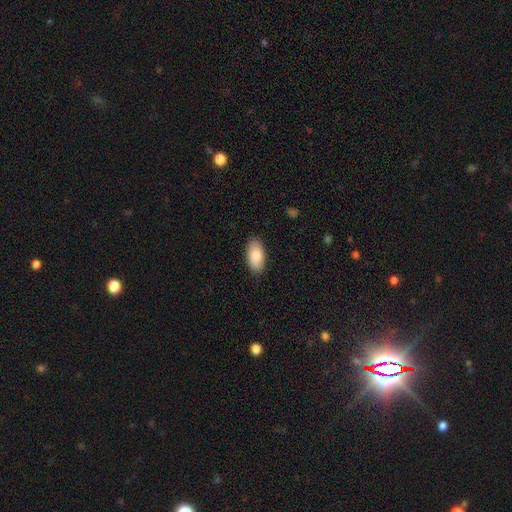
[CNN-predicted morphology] Smooth or featured? Predicted: smooth (p=0.84). How rounded? Predicted: in between (p=0.93). Merging? Predicted: none (p=0.88).